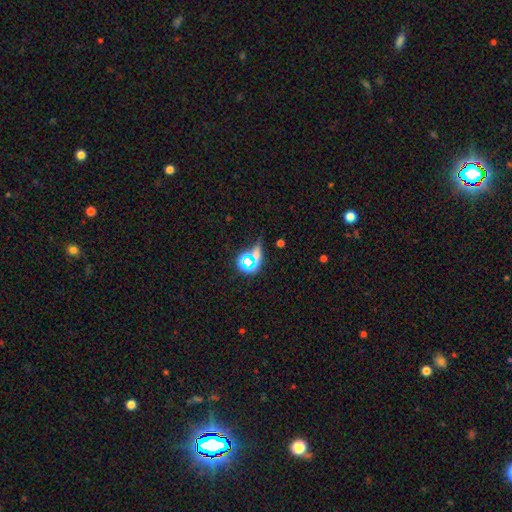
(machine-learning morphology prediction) type=star or artifact (51%).